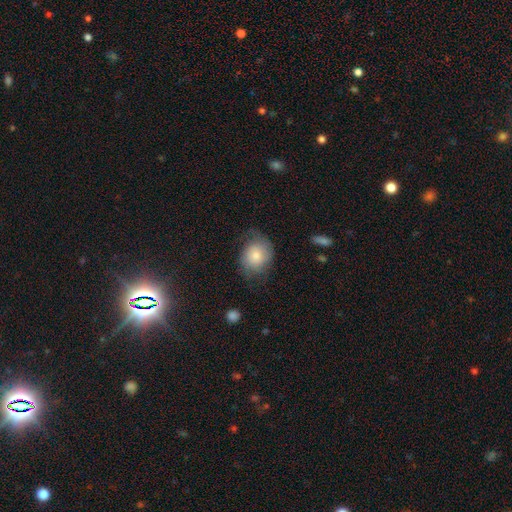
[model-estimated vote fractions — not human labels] A smooth galaxy with no disk features (61%) that is round (61%). Merging: none (57%).